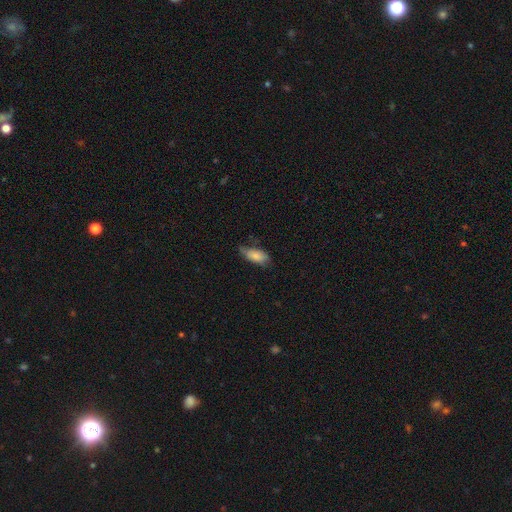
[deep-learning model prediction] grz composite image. It shows a smooth galaxy with no disk features (77%) that is in between round and cigar-shaped (85%). Merging: none (54%).